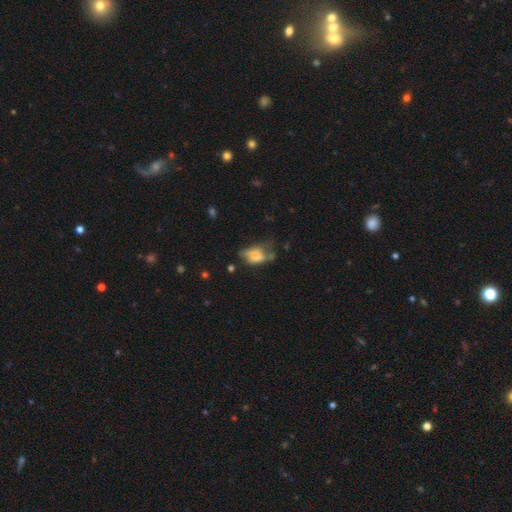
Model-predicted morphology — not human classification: Smooth or featured: smooth — 57% (featured or disk — 32%)
How rounded: in between — 81% (round — 14%)
Merging: major disturbance — 36% (minor disturbance — 27%)